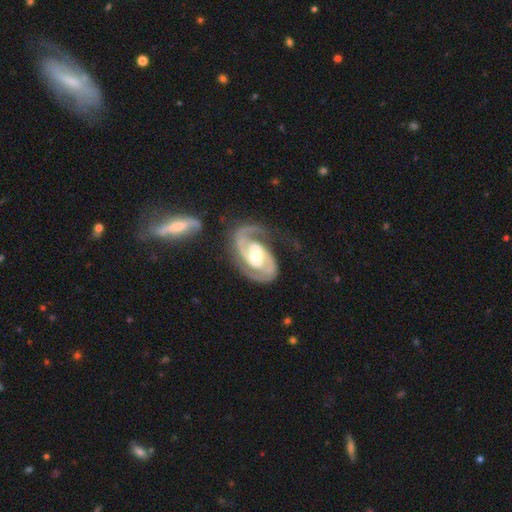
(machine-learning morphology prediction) Smooth or featured: featured or disk — 93% (smooth — 4%)
Edge-on disk: no — 98% (yes — 2%)
Bar: weak — 42% (no — 33%)
Spiral arms: yes — 98% (no — 2%)
Spiral winding: medium — 49% (tight — 41%)
Spiral arm count: 2 — 90% (1 — 4%)
Bulge size: moderate — 61% (small — 28%)
Merging: none — 62% (minor disturbance — 19%)